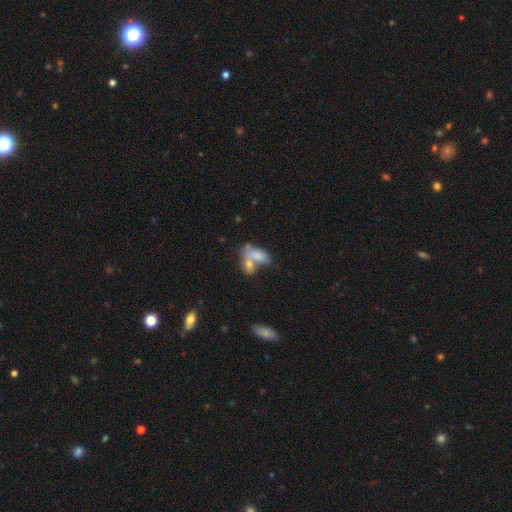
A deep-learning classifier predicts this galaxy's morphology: smooth_or_featured: smooth (p=0.75) [alt: featured or disk p=0.17]
how_rounded: in between (p=0.89) [alt: cigar-shaped p=0.06]
merging: merger (p=0.60) [alt: none p=0.24]